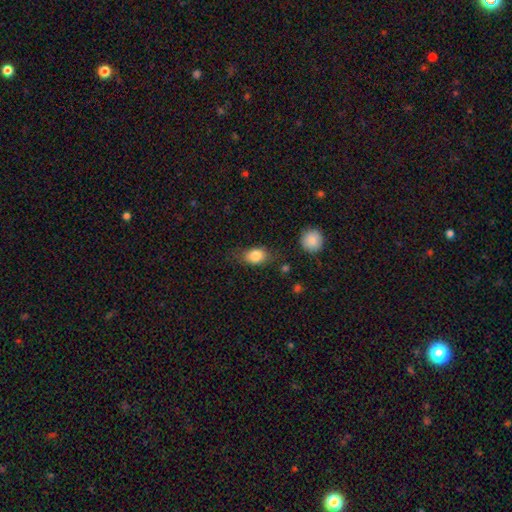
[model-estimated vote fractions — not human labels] Smooth or featured: smooth — 84% (featured or disk — 8%)
How rounded: in between — 73% (round — 24%)
Merging: none — 67% (minor disturbance — 22%)